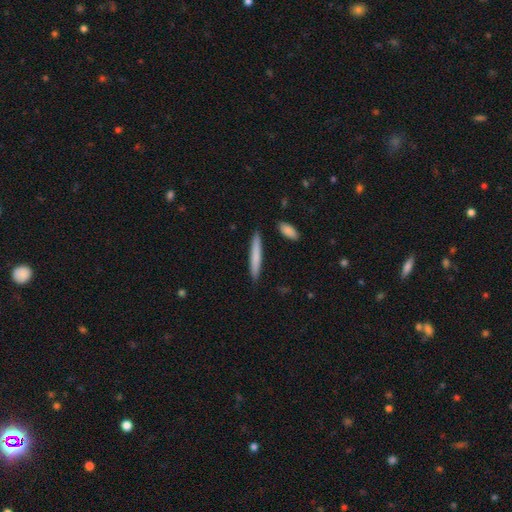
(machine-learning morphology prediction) Smooth or featured?
  - smooth: 75% *
  - featured or disk: 19%
  - star or artifact: 5%
How rounded?
  - cigar-shaped: 94% *
  - in between: 4%
  - round: 1%
Merging?
  - none: 89% *
  - minor disturbance: 7%
  - merger: 2%
  - major disturbance: 2%